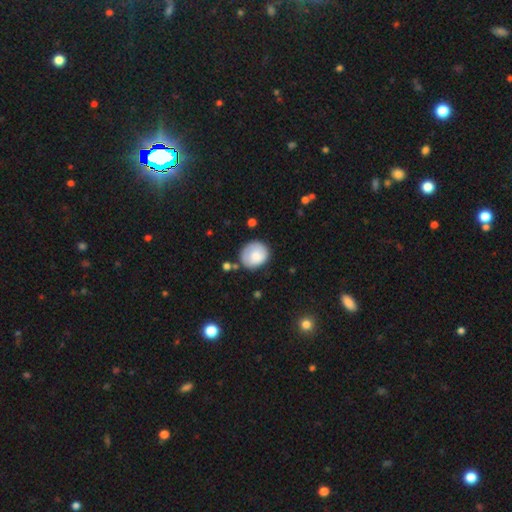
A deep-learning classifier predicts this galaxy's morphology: A smooth galaxy with no disk features (77%) that is round (81%). Merging: none (69%).